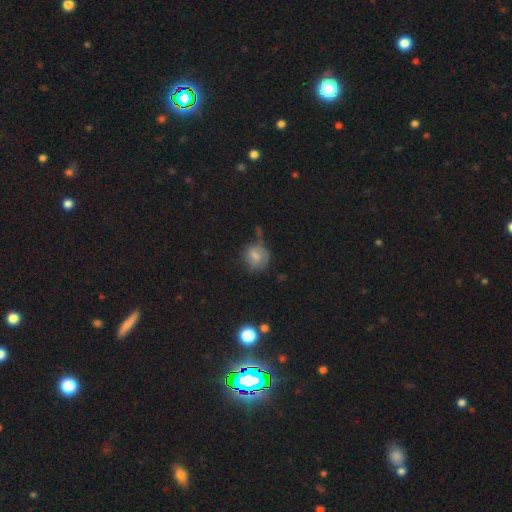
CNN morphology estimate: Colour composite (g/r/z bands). It shows a smooth galaxy with no disk features (64%) that is round (79%). Merging: none (56%).